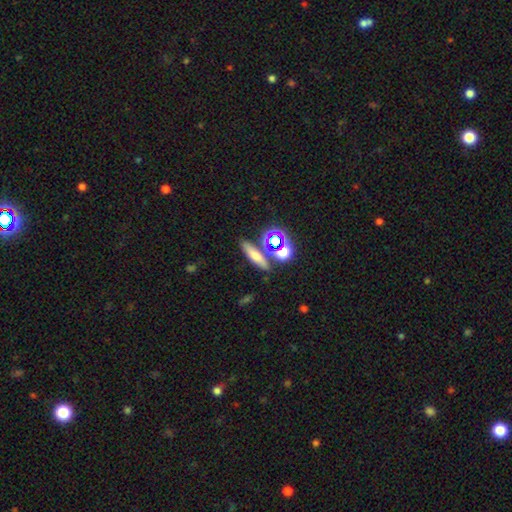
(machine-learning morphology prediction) The model was most divided on "how rounded": cigar-shaped: 50%, in between: 29%, round: 20%. More confident: merging — none (72%); smooth or featured — smooth (59%).